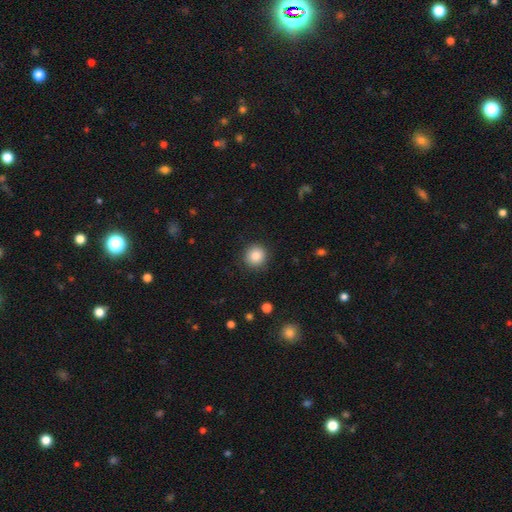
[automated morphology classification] smooth 86%, star or artifact 9%, featured or disk 5%. Down the decision tree: how rounded — round (91%); merging — none (90%).